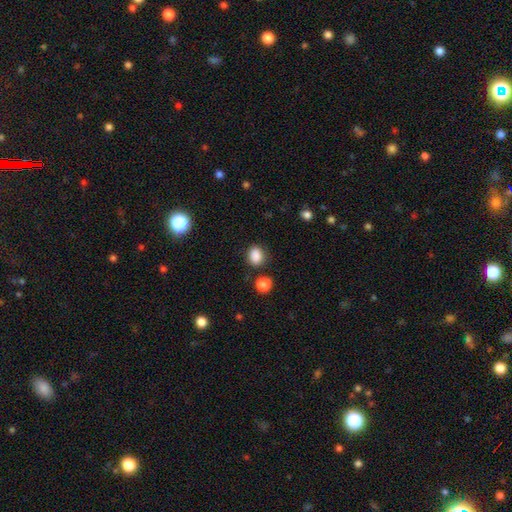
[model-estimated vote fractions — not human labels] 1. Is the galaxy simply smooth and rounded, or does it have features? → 87% smooth, 10% star or artifact, 3% featured or disk.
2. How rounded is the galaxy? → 57% round, 42% in between, 1% cigar-shaped.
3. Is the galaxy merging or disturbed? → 80% none, 12% minor disturbance, 4% merger, 4% major disturbance.